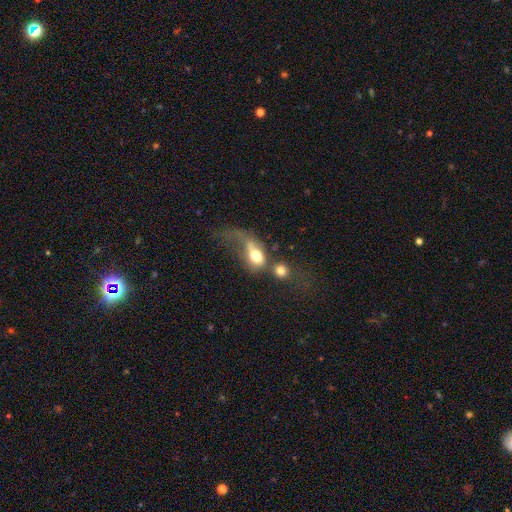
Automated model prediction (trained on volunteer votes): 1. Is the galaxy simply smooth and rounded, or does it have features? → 64% smooth, 26% featured or disk, 10% star or artifact.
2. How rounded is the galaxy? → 63% in between, 32% round, 5% cigar-shaped.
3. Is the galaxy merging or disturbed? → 44% merger, 33% major disturbance, 13% none, 10% minor disturbance.